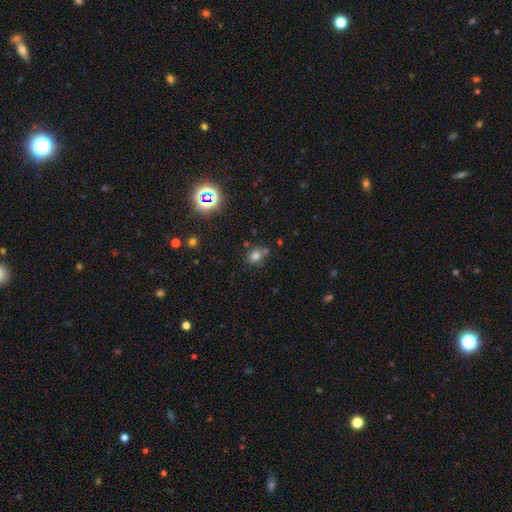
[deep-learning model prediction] Smooth or featured? smooth (73%)
How rounded? in between (57%)
Merging? none (62%)